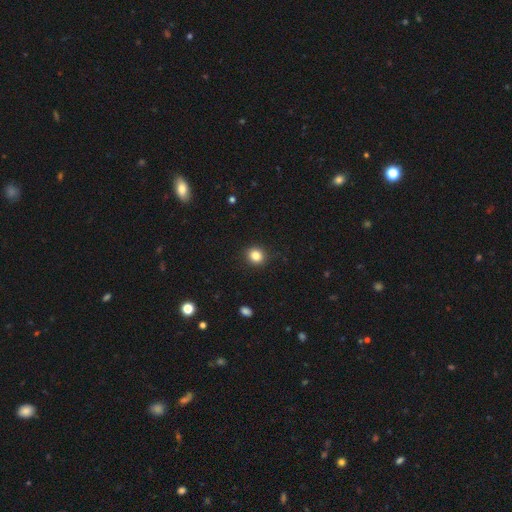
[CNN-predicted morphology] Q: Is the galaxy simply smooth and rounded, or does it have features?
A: smooth — 84%.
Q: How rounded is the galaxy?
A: round — 81%.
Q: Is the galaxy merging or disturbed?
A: none — 90%.